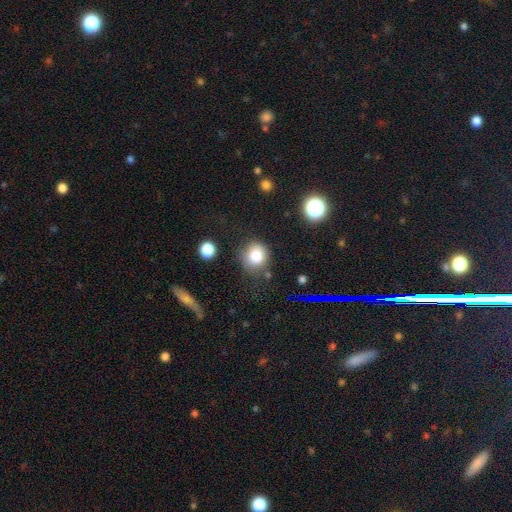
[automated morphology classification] Smooth or featured?
  - smooth: 81% *
  - star or artifact: 11%
  - featured or disk: 8%
How rounded?
  - round: 82% *
  - in between: 17%
  - cigar-shaped: 1%
Merging?
  - none: 74% *
  - minor disturbance: 16%
  - major disturbance: 5%
  - merger: 5%